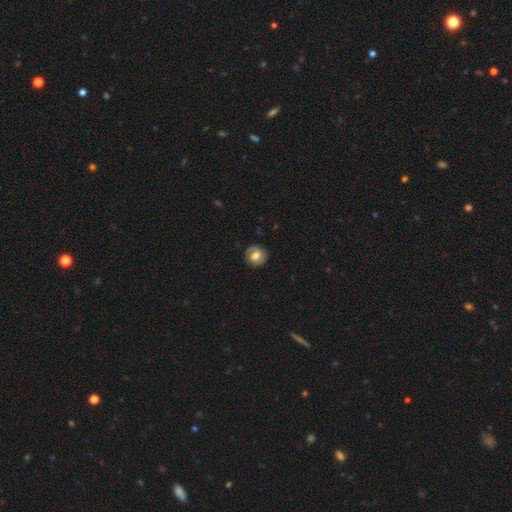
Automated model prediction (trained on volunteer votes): smooth_or_featured: smooth (p=0.61) [alt: featured or disk p=0.31]
how_rounded: round (p=0.87) [alt: in between p=0.12]
merging: none (p=0.84) [alt: minor disturbance p=0.12]